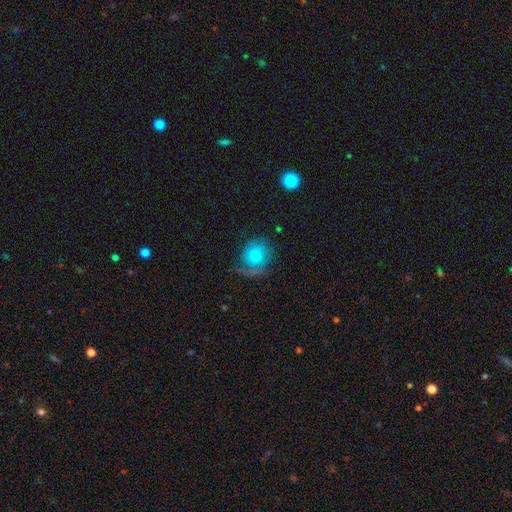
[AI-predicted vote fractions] Overall: smooth (50%; featured or disk 41%). How rounded: round (77%). Merging: none (52%; minor disturbance 24%).